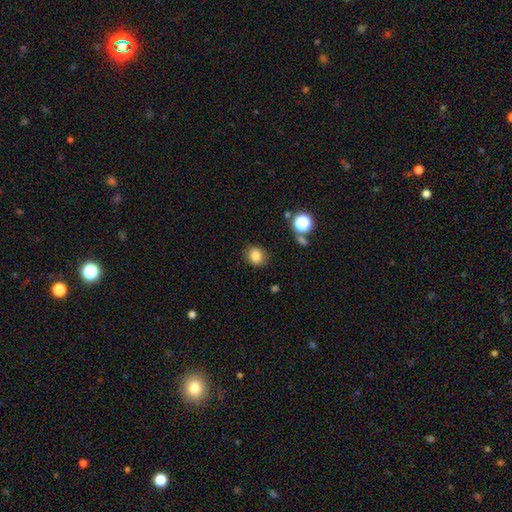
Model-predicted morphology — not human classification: This appears to be a smooth galaxy with no disk features (83%) that is round (68%). Merging: none (84%).